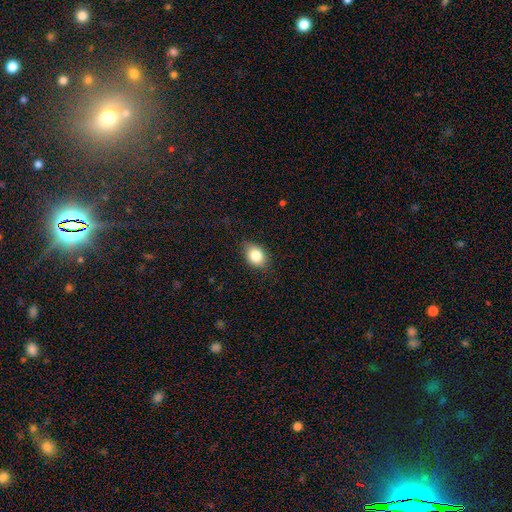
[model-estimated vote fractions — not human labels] Smooth or featured?
  - smooth: 82% *
  - featured or disk: 10%
  - star or artifact: 9%
How rounded?
  - in between: 71% *
  - round: 27%
  - cigar-shaped: 1%
Merging?
  - none: 79% *
  - minor disturbance: 17%
  - major disturbance: 4%
  - merger: 1%